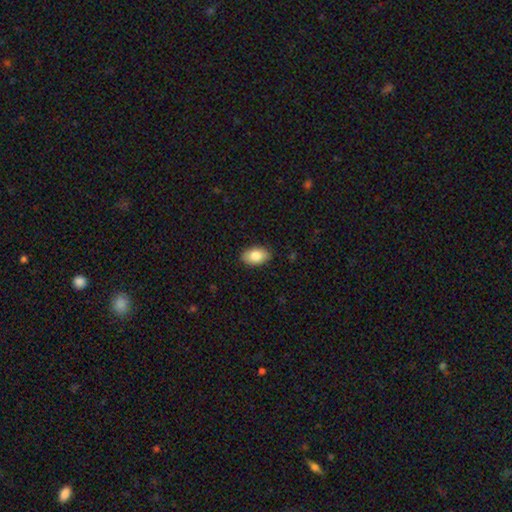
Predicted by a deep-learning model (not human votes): This is clearly a smooth galaxy (83%). How rounded: clearly in between (91%). Merging: clearly none (88%).